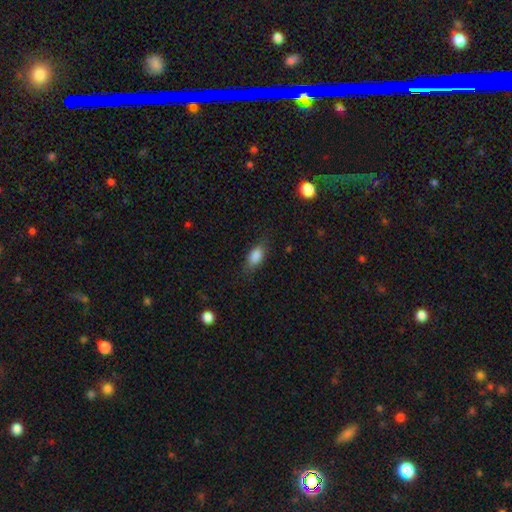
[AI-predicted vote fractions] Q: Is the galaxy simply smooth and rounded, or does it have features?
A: smooth — 84%.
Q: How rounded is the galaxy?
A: in between — 86%.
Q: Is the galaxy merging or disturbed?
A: none — 75%.